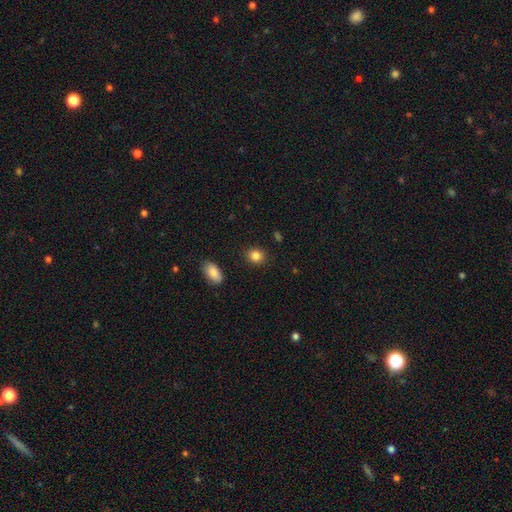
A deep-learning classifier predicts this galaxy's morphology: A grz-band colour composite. It shows a smooth galaxy with no disk features (85%) that is round (69%). Merging: none (88%).